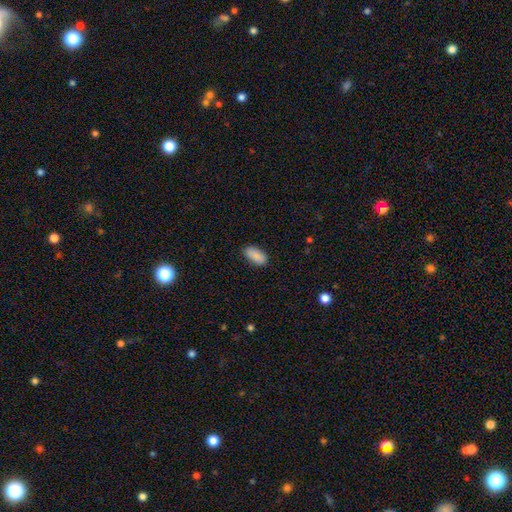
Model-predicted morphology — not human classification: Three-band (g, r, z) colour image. It shows a smooth galaxy with no disk features (88%) that is in between round and cigar-shaped (90%). Merging: none (83%).